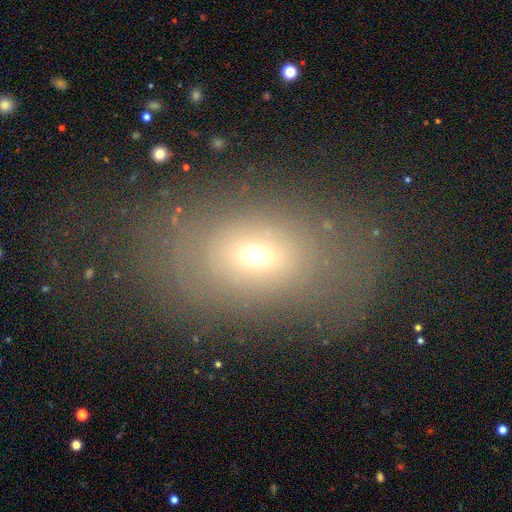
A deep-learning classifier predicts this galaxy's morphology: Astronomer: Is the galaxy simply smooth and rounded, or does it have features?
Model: smooth — 58%.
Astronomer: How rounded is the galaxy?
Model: in between — 76%.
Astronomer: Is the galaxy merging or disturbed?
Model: none — 66%.